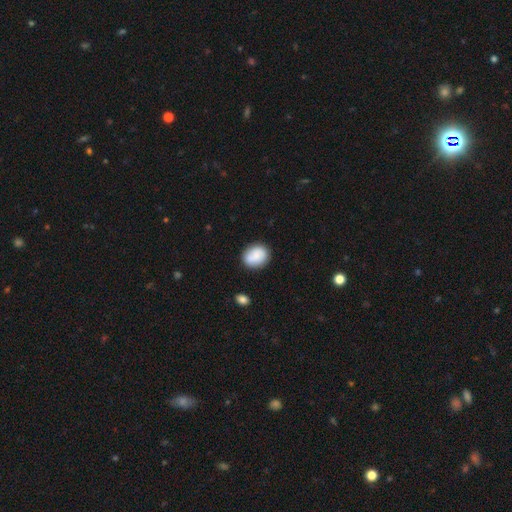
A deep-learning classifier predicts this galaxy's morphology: Q: Smooth or featured?
A: smooth (82%); runner-up: featured or disk (10%)
Q: How rounded?
A: round (54%); runner-up: in between (45%)
Q: Merging?
A: none (81%); runner-up: minor disturbance (13%)